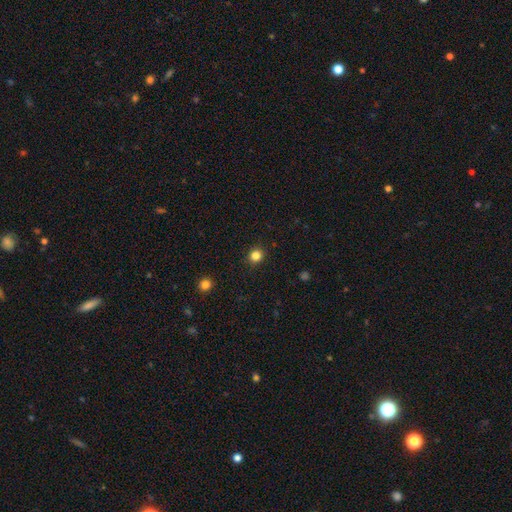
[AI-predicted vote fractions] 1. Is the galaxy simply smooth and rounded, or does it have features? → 84% smooth, 12% star or artifact, 4% featured or disk.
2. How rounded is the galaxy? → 83% round, 16% in between, 1% cigar-shaped.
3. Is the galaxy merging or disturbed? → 91% none, 6% minor disturbance, 2% major disturbance, 1% merger.